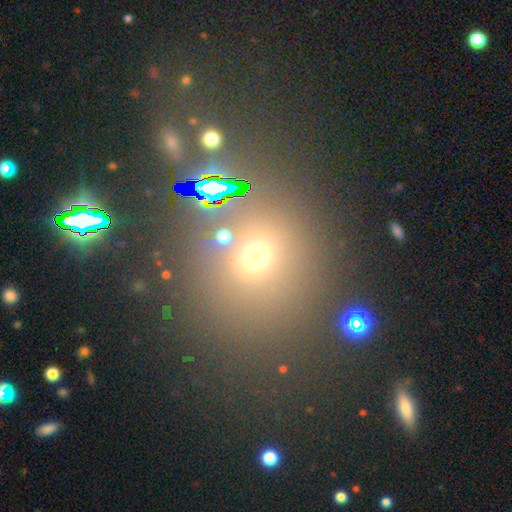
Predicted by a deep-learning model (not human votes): The model was most divided on "smooth or featured": smooth: 57%, star or artifact: 33%, featured or disk: 10%. More confident: how rounded — round (83%); merging — none (76%).